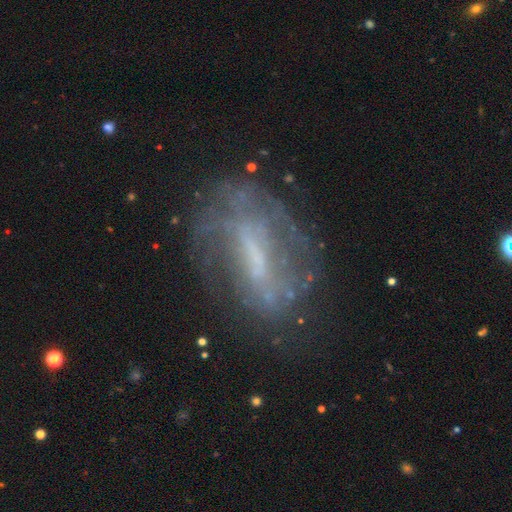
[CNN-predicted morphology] smooth_or_featured: featured or disk (p=0.72) [alt: smooth p=0.17]
disk_edge_on: no (p=0.90) [alt: yes p=0.10]
bar: strong (p=0.44) [alt: weak p=0.36]
has_spiral_arms: yes (p=0.58) [alt: no p=0.42]
bulge_size: none (p=0.37) [alt: small p=0.33]
merging: none (p=0.62) [alt: minor disturbance p=0.19]